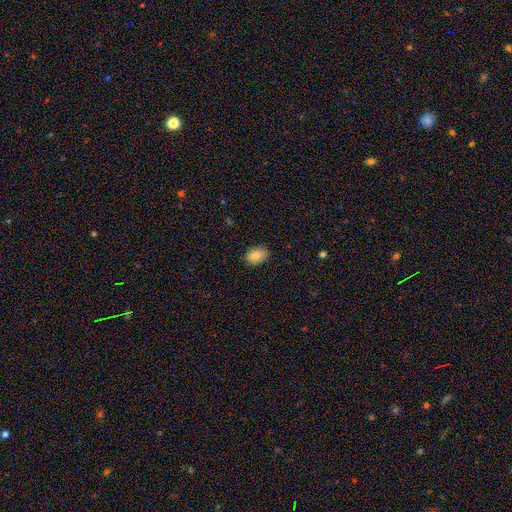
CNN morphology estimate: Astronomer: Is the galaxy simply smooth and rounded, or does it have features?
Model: smooth — 83%.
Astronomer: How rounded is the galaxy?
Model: in between — 84%.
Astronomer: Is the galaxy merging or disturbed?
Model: none — 86%.